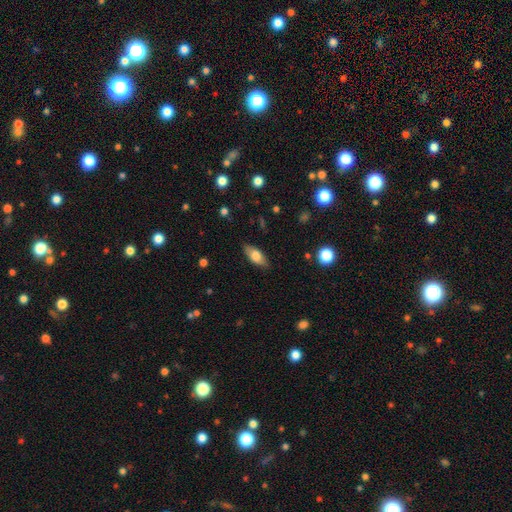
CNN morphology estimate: Overall: smooth (71%). How rounded: in between (84%). Merging: none (85%).